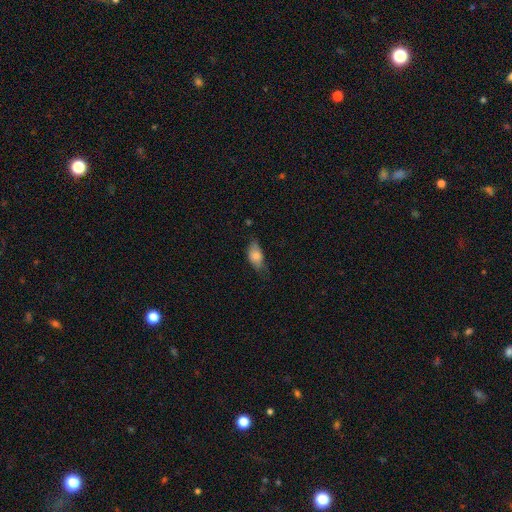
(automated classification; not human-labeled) Smooth or featured? smooth (75%)
How rounded? in between (88%)
Merging? none (50%)